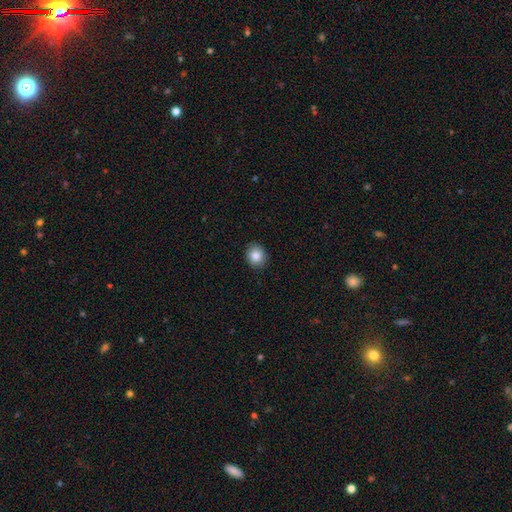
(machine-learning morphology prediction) Smooth or featured? Predicted: smooth (p=0.84). How rounded? Predicted: round (p=0.78). Merging? Predicted: none (p=0.91).